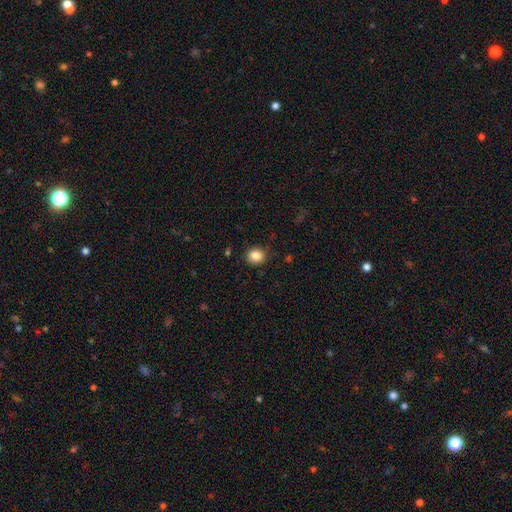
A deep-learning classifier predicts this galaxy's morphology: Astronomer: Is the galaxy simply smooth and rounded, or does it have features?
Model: smooth — 85%.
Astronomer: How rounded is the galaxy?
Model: round — 75%.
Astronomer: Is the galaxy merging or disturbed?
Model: none — 87%.